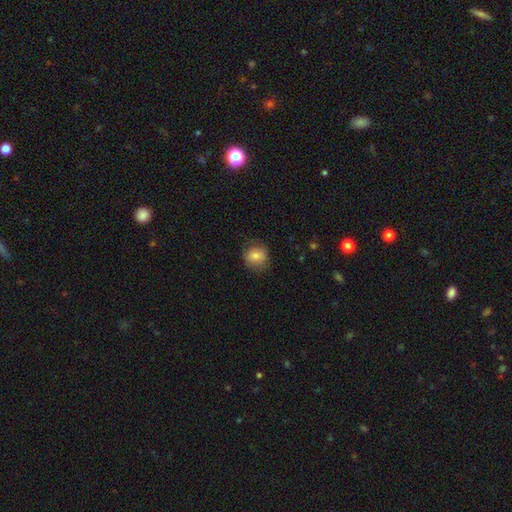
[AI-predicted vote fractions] smooth_or_featured: smooth (p=0.75) [alt: featured or disk p=0.16]
how_rounded: round (p=0.76) [alt: in between p=0.23]
merging: none (p=0.76) [alt: minor disturbance p=0.17]